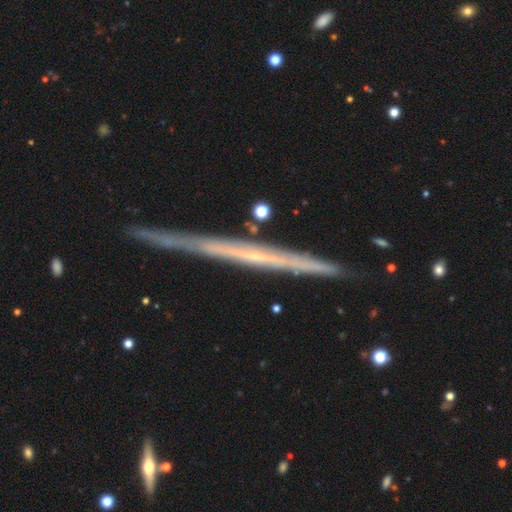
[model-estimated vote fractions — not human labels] smooth_or_featured: featured or disk (p=0.73) [alt: smooth p=0.20]
disk_edge_on: yes (p=0.97) [alt: no p=0.03]
edge_on_bulge: none (p=0.86) [alt: rounded p=0.11]
merging: none (p=0.84) [alt: minor disturbance p=0.12]